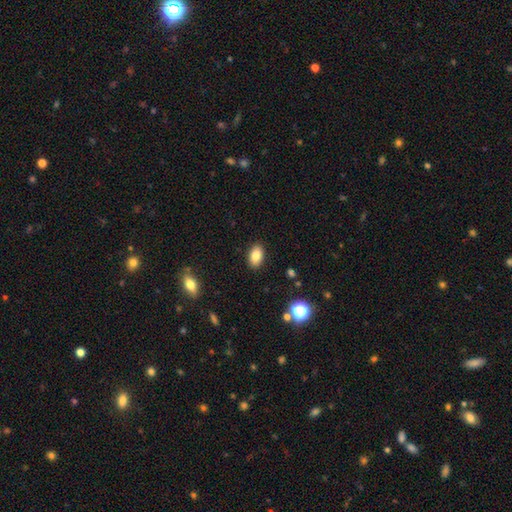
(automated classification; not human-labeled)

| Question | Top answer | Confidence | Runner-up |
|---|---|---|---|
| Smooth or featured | smooth | 84% | star or artifact (9%) |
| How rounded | in between | 89% | round (9%) |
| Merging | none | 89% | minor disturbance (8%) |